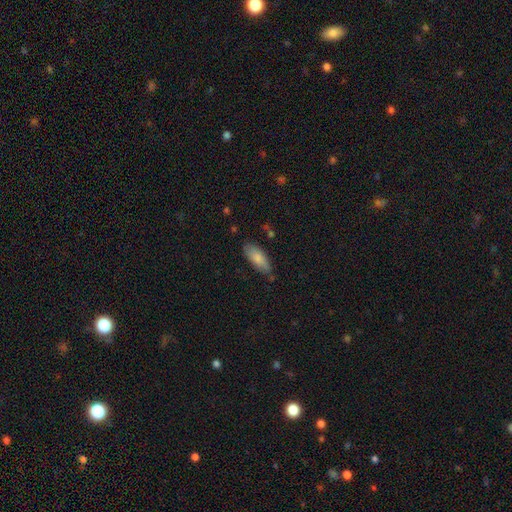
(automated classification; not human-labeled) Q: Smooth or featured?
A: smooth (80%); runner-up: featured or disk (14%)
Q: How rounded?
A: in between (73%); runner-up: cigar-shaped (26%)
Q: Merging?
A: none (75%); runner-up: minor disturbance (20%)